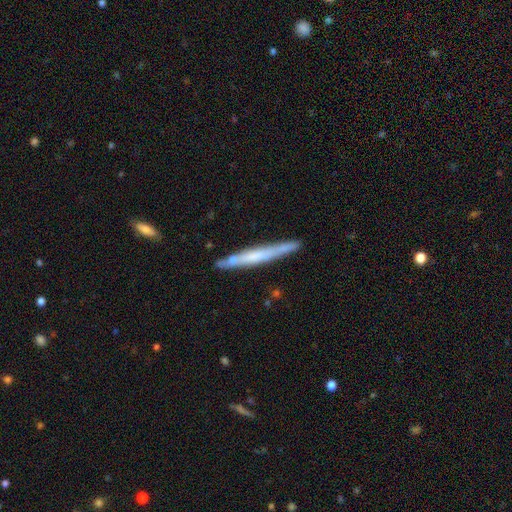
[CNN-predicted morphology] Smooth or featured?
  - featured or disk: 52% *
  - smooth: 42%
  - star or artifact: 6%
Edge-on disk?
  - yes: 93% *
  - no: 7%
Merging?
  - none: 80% *
  - minor disturbance: 14%
  - merger: 3%
  - major disturbance: 2%